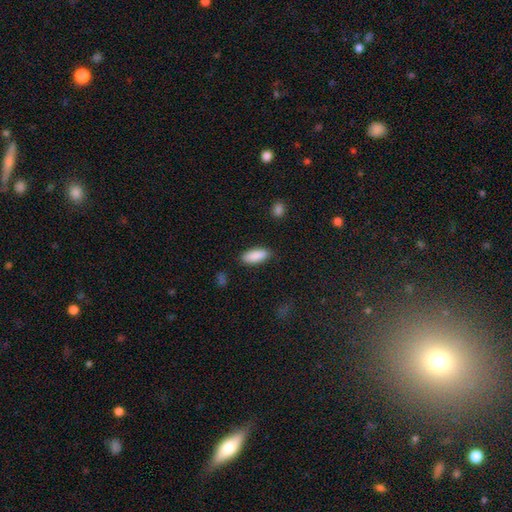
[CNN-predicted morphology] Smooth or featured?
  - smooth: 89% *
  - star or artifact: 6%
  - featured or disk: 5%
How rounded?
  - in between: 81% *
  - cigar-shaped: 18%
  - round: 2%
Merging?
  - none: 85% *
  - minor disturbance: 11%
  - major disturbance: 3%
  - merger: 1%